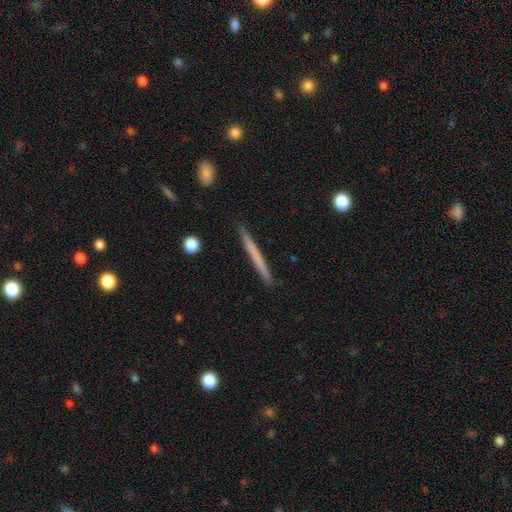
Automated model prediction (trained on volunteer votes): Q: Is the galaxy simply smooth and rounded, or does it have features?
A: smooth — 59%.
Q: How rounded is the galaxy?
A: cigar-shaped — 97%.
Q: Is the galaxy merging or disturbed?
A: none — 91%.